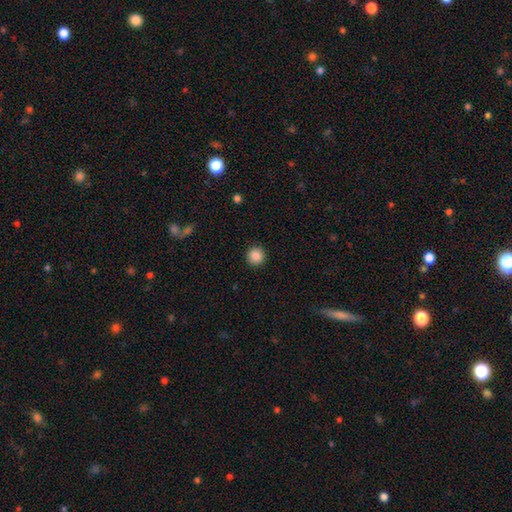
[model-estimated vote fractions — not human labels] Smooth or featured? smooth (87%)
How rounded? round (94%)
Merging? none (92%)